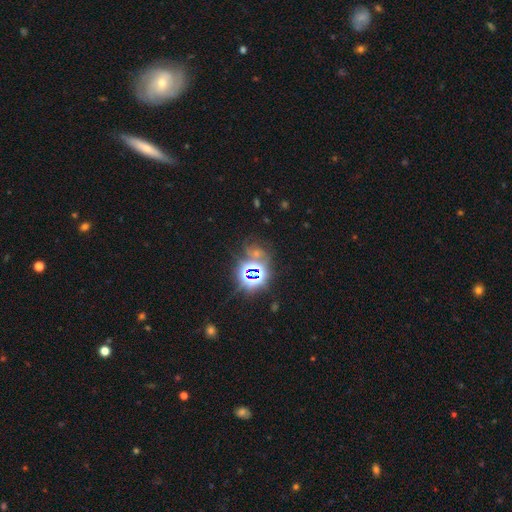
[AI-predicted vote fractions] A star or artifact, not a galaxy (73%).

Vote fractions:
- Smooth or featured? star or artifact: 73% / smooth: 16% / featured or disk: 11%